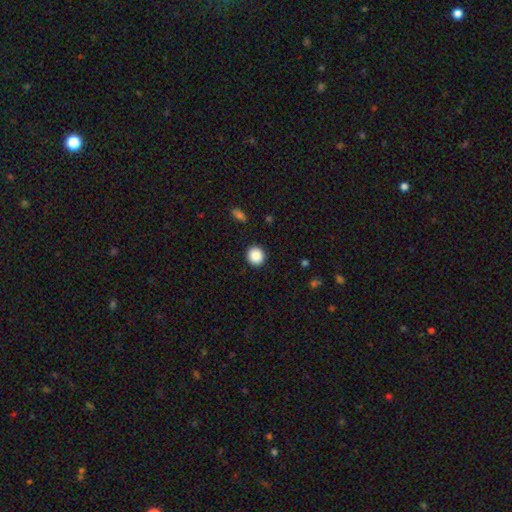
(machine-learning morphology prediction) This is clearly a smooth galaxy (88%). How rounded: clearly round (89%). Merging: clearly none (91%).